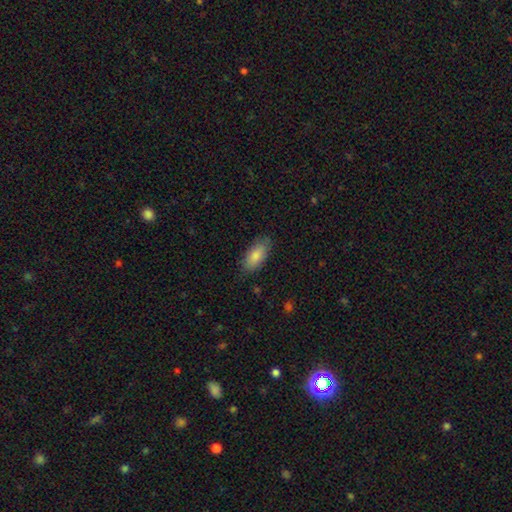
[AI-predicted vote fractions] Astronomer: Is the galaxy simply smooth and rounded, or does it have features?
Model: smooth — 86%.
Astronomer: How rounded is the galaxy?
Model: in between — 88%.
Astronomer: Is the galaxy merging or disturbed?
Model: none — 84%.